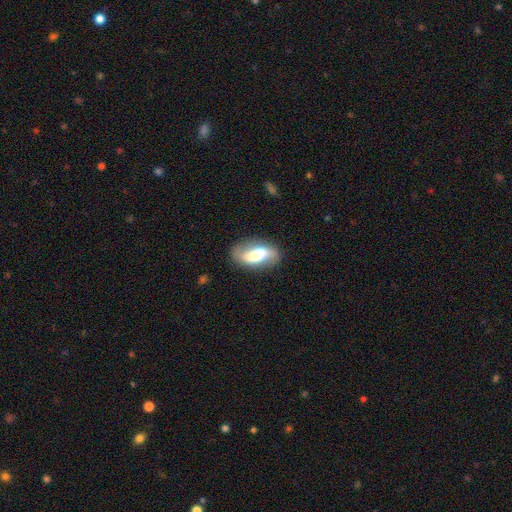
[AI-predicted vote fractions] Q: Smooth or featured?
A: featured or disk (50%); runner-up: smooth (44%)
Q: Merging?
A: none (79%); runner-up: minor disturbance (15%)